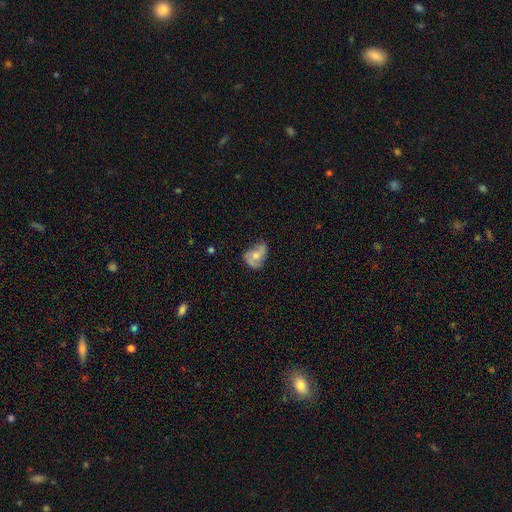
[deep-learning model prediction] A featured or disk galaxy (48%).

Vote fractions:
- Smooth or featured? featured or disk: 48% / smooth: 44% / star or artifact: 8%
- Merging? none: 39% / minor disturbance: 37% / major disturbance: 22% / merger: 3%